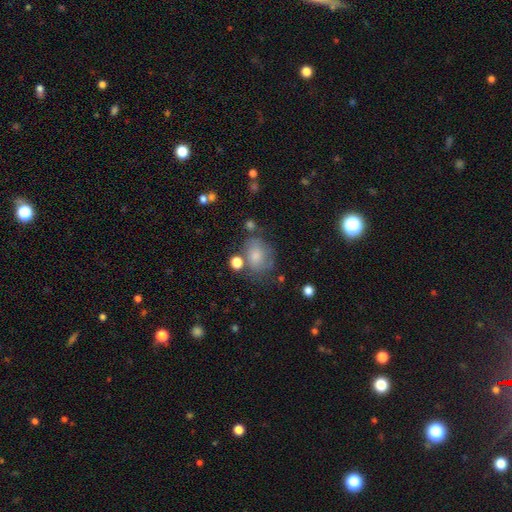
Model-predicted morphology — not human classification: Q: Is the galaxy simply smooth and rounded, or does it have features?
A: smooth — 68%.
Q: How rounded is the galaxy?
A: round — 50%.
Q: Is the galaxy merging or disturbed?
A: none — 56%.